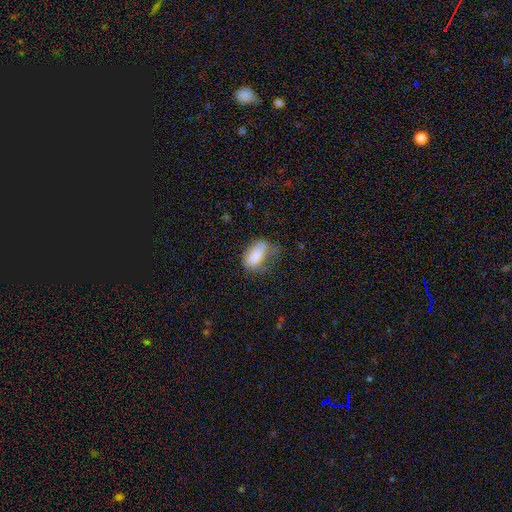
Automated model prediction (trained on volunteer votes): This is likely a smooth galaxy (77%). How rounded: clearly in between (89%). Merging: marginally major disturbance (34%, tied with minor disturbance).